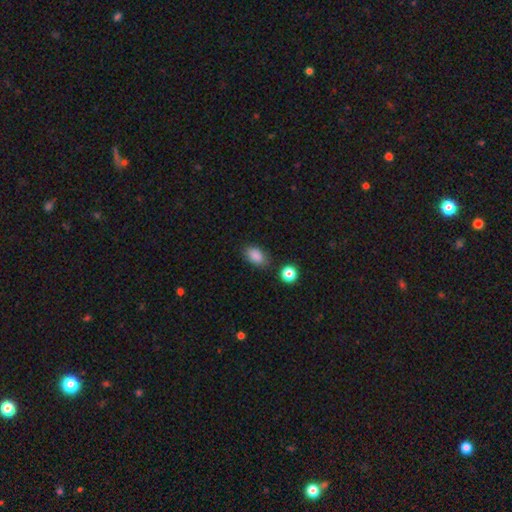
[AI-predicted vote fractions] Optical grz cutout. It shows a smooth galaxy with no disk features (87%) that is in between round and cigar-shaped (87%). Merging: none (80%).